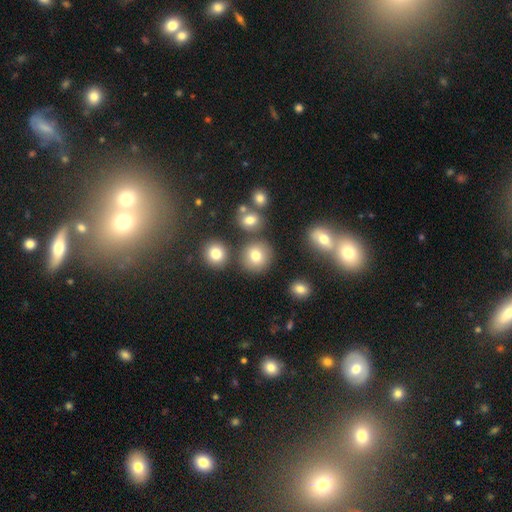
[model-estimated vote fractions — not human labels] Q: Smooth or featured?
A: smooth (75%); runner-up: star or artifact (14%)
Q: How rounded?
A: round (88%); runner-up: in between (11%)
Q: Merging?
A: none (76%); runner-up: merger (10%)